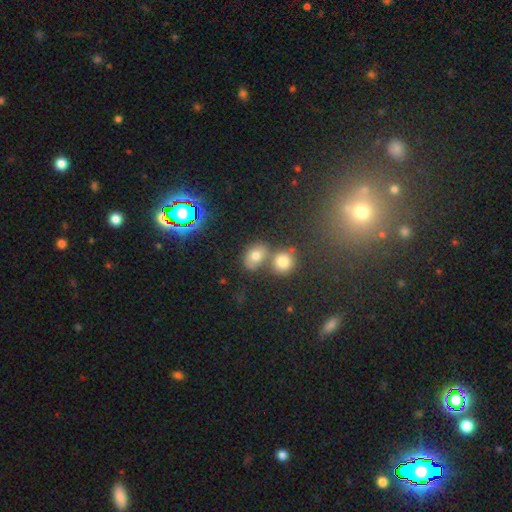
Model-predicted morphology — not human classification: Smooth or featured? smooth (70%)
How rounded? in between (53%)
Merging? none (51%)